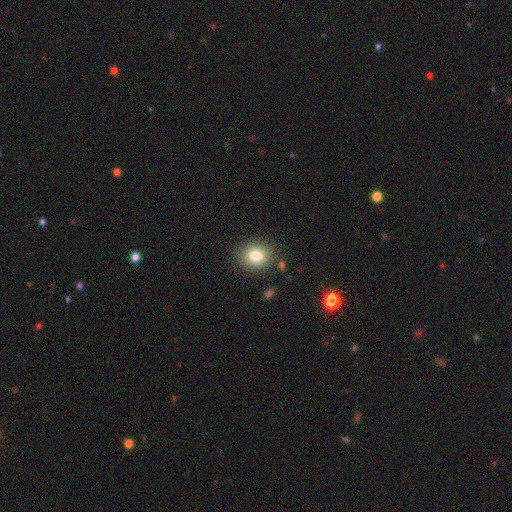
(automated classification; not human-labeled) The model was most divided on "how rounded": round: 69%, in between: 30%, cigar-shaped: 1%. More confident: merging — none (84%); smooth or featured — smooth (80%).